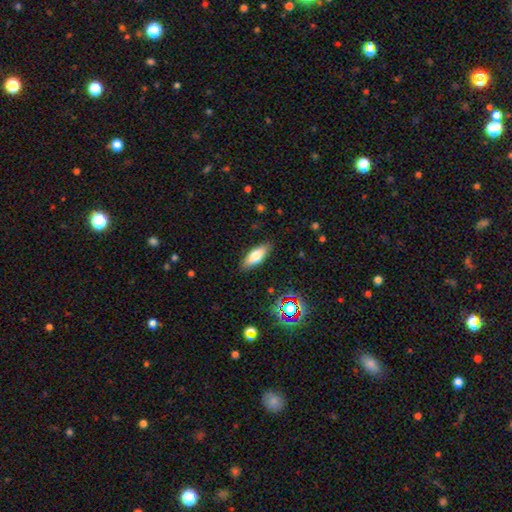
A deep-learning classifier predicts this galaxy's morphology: Smooth or featured? smooth (72%)
How rounded? in between (70%)
Merging? none (87%)